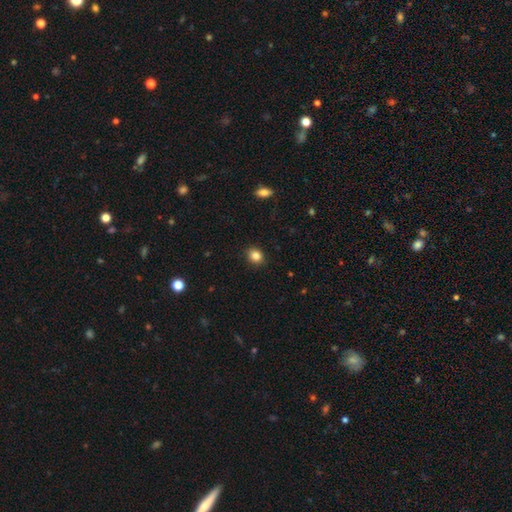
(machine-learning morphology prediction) smooth_or_featured: smooth (p=0.85) [alt: star or artifact p=0.10]
how_rounded: round (p=0.65) [alt: in between p=0.34]
merging: none (p=0.89) [alt: minor disturbance p=0.07]